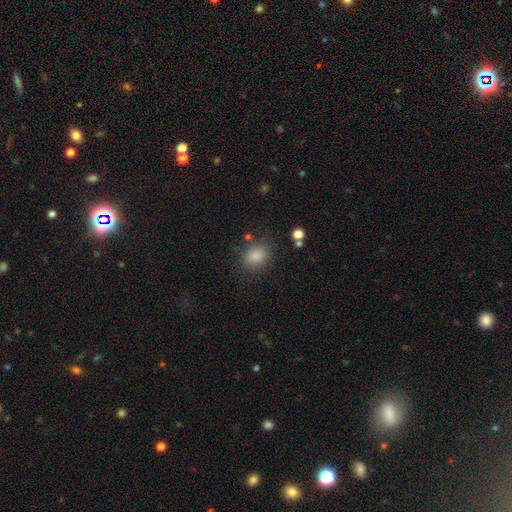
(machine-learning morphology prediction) This is clearly a smooth galaxy (85%). How rounded: possibly in between (52%). Merging: likely none (80%).